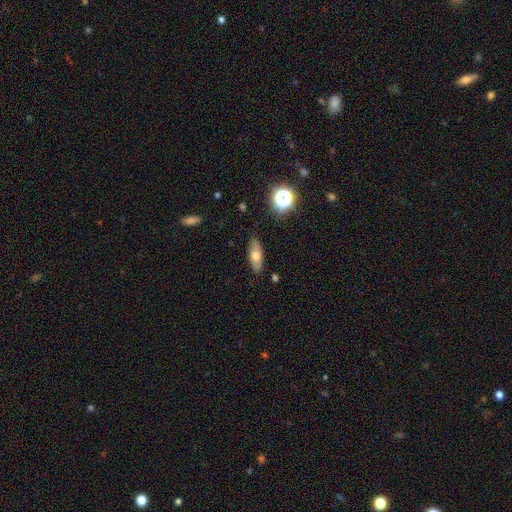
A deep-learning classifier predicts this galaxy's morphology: A smooth galaxy with no disk features (62%) that is in between round and cigar-shaped (66%). Merging: none (83%).